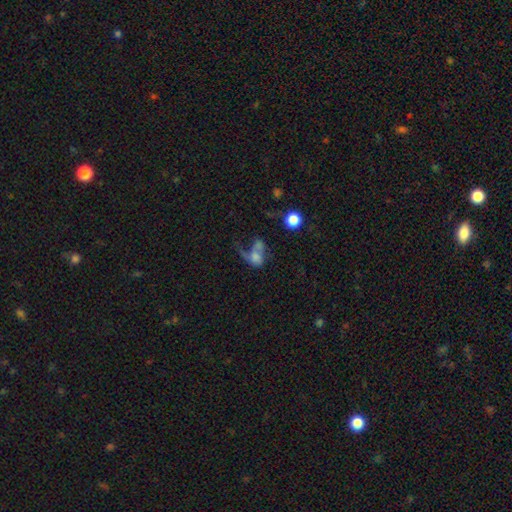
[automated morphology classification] The model was most divided on "merging": major disturbance: 38%, merger: 37%, none: 16%, minor disturbance: 10%. Remaining: smooth or featured — smooth (50%).